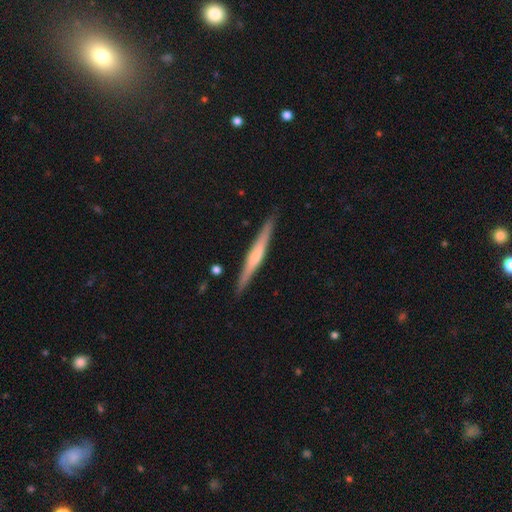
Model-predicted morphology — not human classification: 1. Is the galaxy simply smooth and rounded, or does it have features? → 58% featured or disk, 37% smooth, 5% star or artifact.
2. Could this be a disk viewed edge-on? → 97% yes, 3% no.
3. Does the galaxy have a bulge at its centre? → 49% rounded, 37% none, 15% boxy.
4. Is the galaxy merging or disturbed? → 90% none, 7% minor disturbance, 1% major disturbance, 1% merger.